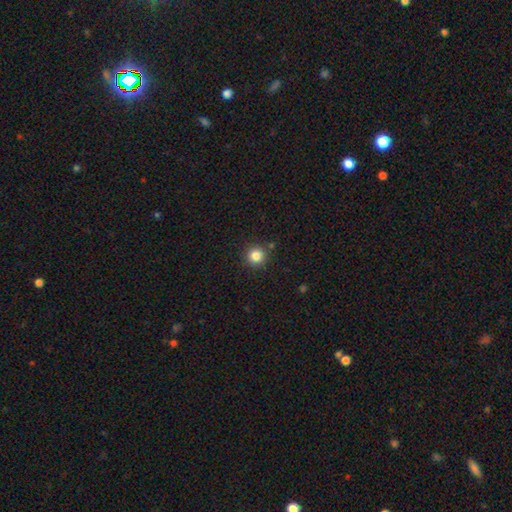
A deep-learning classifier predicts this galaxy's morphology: Q: Smooth or featured?
A: smooth (84%); runner-up: star or artifact (12%)
Q: How rounded?
A: round (95%); runner-up: in between (4%)
Q: Merging?
A: none (89%); runner-up: minor disturbance (6%)